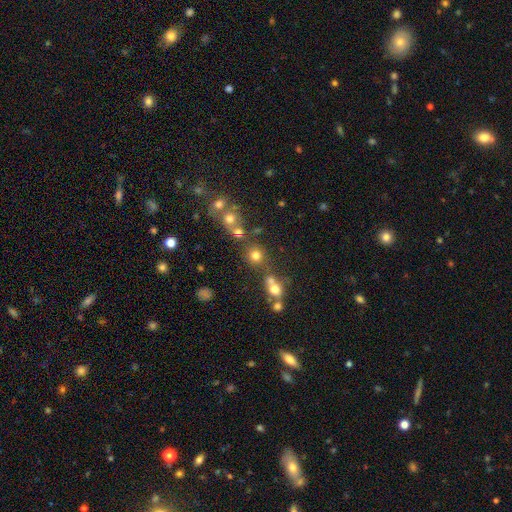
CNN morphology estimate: smooth 73%, star or artifact 18%, featured or disk 9%. Down the decision tree: how rounded — round (88%); merging — none (67%).